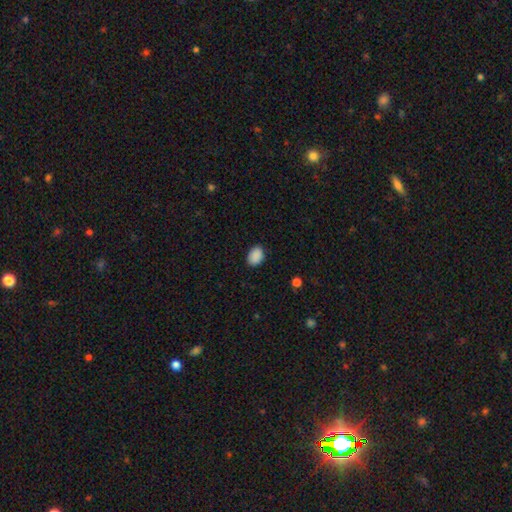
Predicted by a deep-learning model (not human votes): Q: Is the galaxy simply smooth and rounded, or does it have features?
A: smooth — 90%.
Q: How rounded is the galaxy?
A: in between — 77%.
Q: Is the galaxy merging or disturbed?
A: none — 86%.